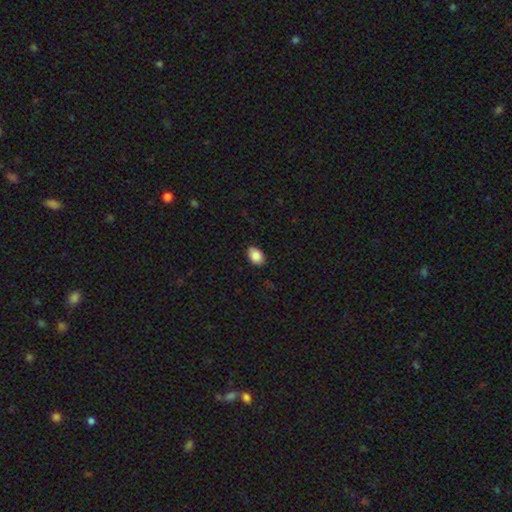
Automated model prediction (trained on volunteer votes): This appears to be a smooth galaxy with no disk features (87%) that is in between round and cigar-shaped (87%). Merging: none (89%).